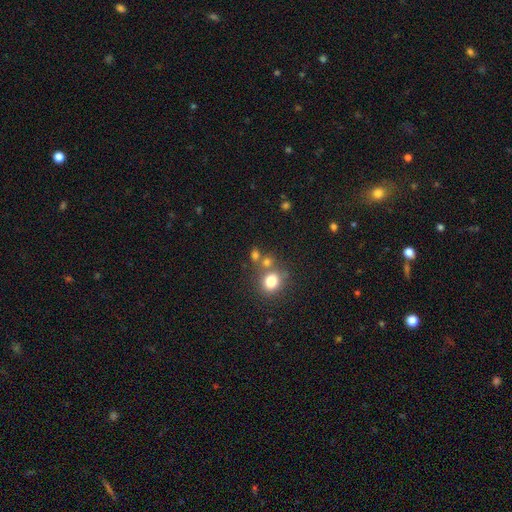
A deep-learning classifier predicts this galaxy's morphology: smooth_or_featured: smooth (p=0.73) [alt: star or artifact p=0.18]
how_rounded: round (p=0.69) [alt: in between p=0.29]
merging: none (p=0.55) [alt: merger p=0.30]